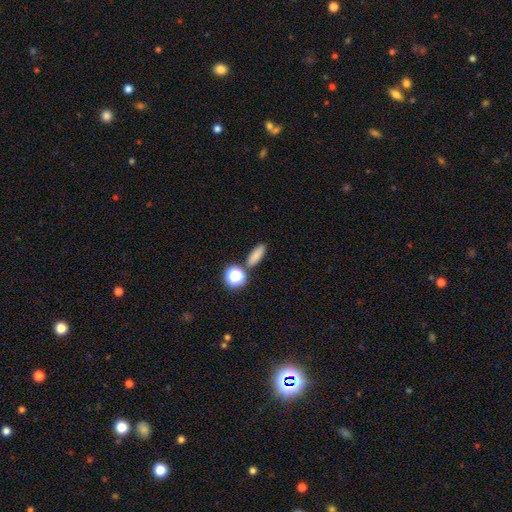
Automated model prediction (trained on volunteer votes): Smooth or featured? smooth (81%)
How rounded? in between (57%)
Merging? none (81%)